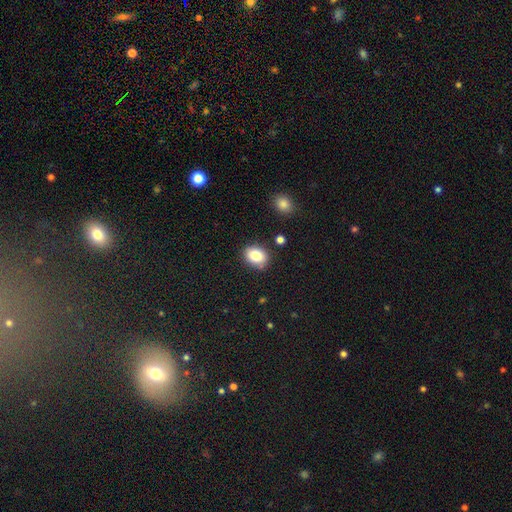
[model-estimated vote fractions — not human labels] A smooth galaxy with no disk features (83%) that is in between round and cigar-shaped (61%). Merging: none (81%).